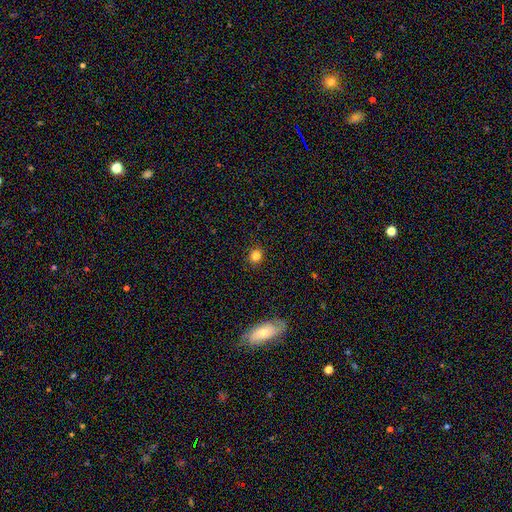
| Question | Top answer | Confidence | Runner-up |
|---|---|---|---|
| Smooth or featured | smooth | 86% | star or artifact (8%) |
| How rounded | round | 91% | in between (9%) |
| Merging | none | 94% | minor disturbance (3%) |